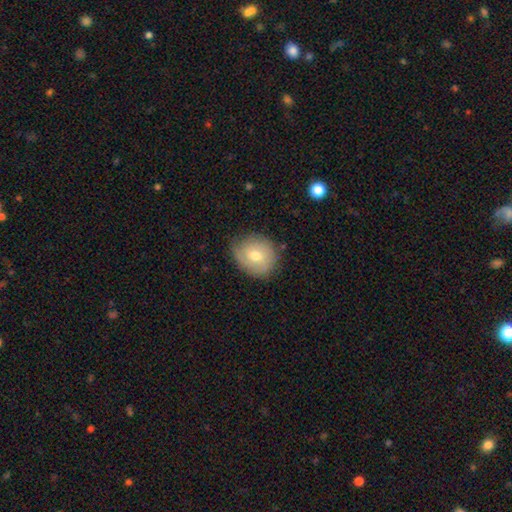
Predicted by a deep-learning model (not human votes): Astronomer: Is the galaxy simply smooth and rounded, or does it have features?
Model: smooth — 63%.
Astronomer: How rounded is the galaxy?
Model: round — 76%.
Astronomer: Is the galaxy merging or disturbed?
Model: none — 73%.